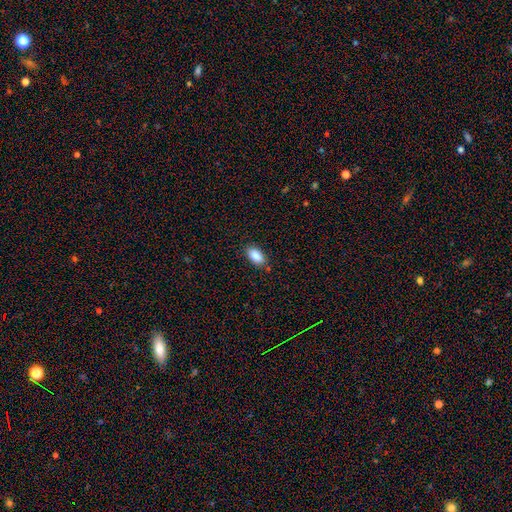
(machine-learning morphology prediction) This appears to be a smooth galaxy with no disk features (88%) that is in between round and cigar-shaped (92%). Merging: none (85%).